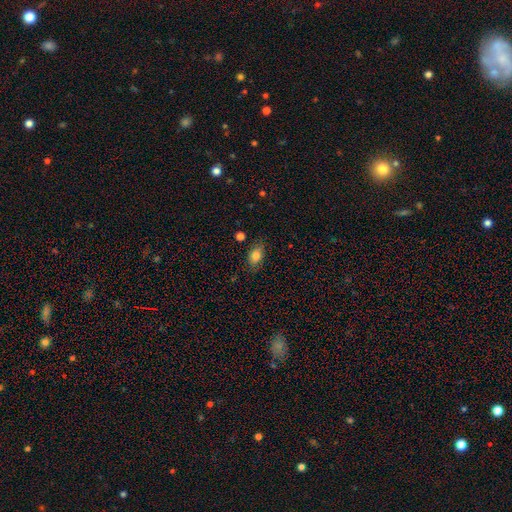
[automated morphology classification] Smooth or featured: smooth — 82% (star or artifact — 9%)
How rounded: in between — 83% (round — 15%)
Merging: none — 78% (minor disturbance — 16%)